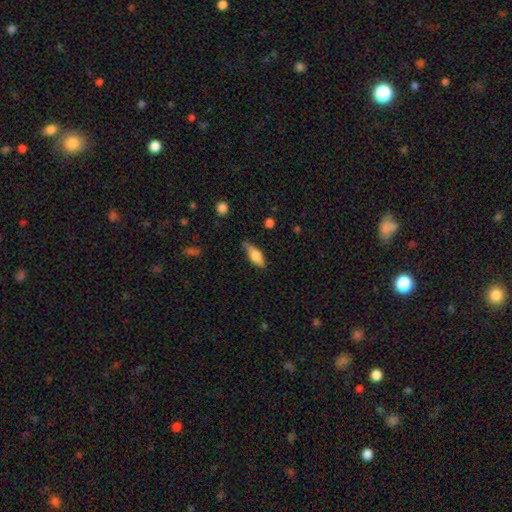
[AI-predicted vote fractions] Smooth or featured? smooth (76%)
How rounded? in between (76%)
Merging? none (62%)